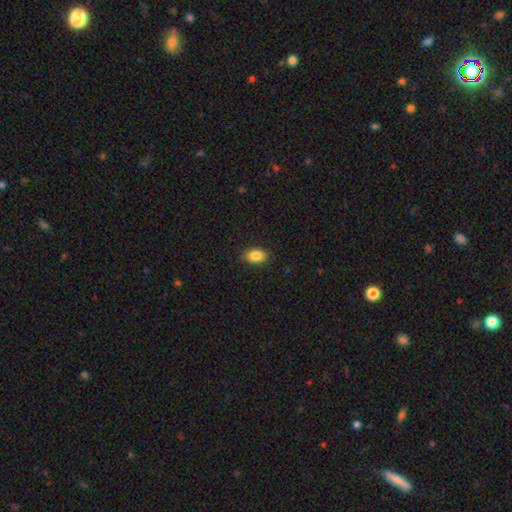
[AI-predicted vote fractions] Overall: smooth (86%). How rounded: in between (88%). Merging: none (88%).